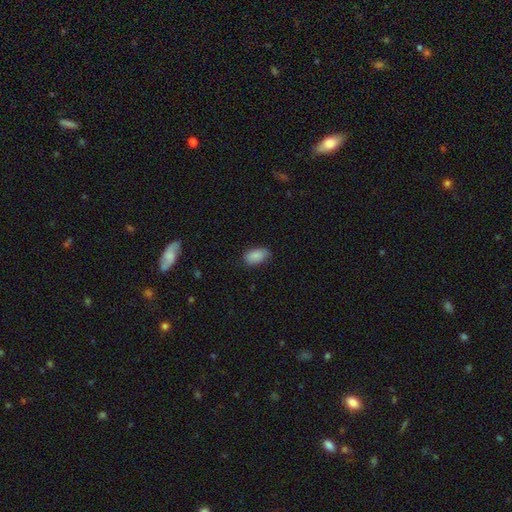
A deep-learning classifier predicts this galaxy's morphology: Overall: smooth (86%). How rounded: in between (93%). Merging: none (74%).